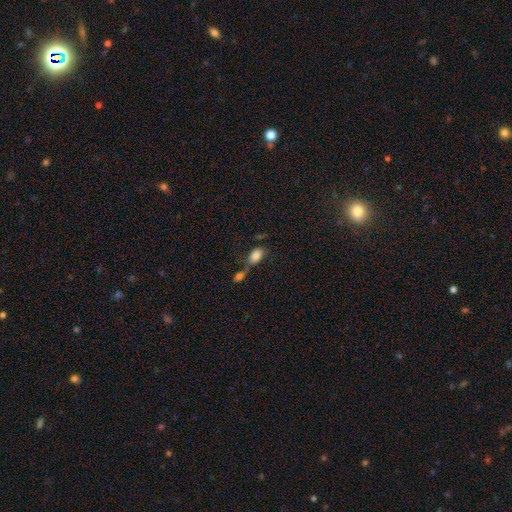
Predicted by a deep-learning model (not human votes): Morphology: type=smooth (80%); roundness=in between (89%); merging=merger (48%).